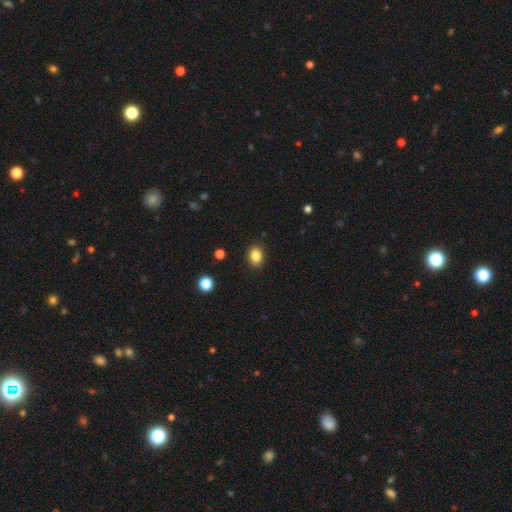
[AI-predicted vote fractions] Q: Smooth or featured?
A: smooth (85%); runner-up: star or artifact (10%)
Q: How rounded?
A: in between (52%); runner-up: round (47%)
Q: Merging?
A: none (89%); runner-up: minor disturbance (8%)